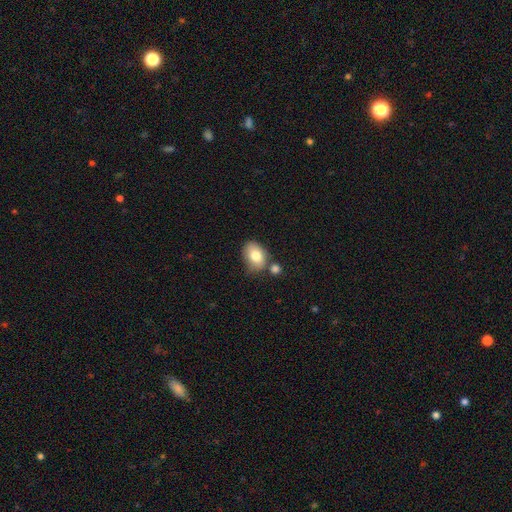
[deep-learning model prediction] smooth-or-featured: smooth: 79% | featured or disk: 13% | star or artifact: 8%
  how-rounded: in between: 79% | round: 20% | cigar-shaped: 1%
  merging: none: 58% | minor disturbance: 19% | merger: 18% | major disturbance: 5%